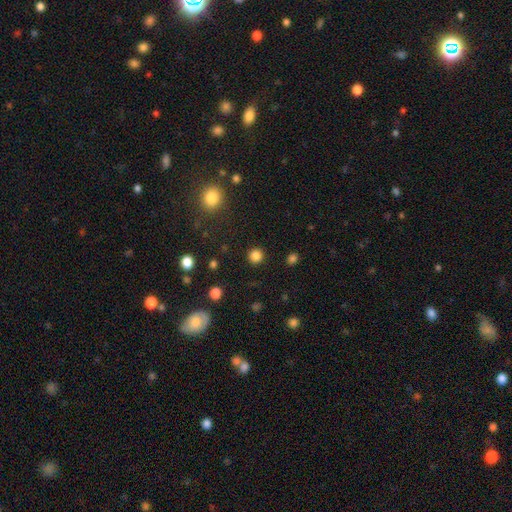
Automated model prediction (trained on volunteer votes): smooth-or-featured: smooth: 84% | star or artifact: 13% | featured or disk: 4%
  how-rounded: round: 94% | in between: 5% | cigar-shaped: 1%
  merging: none: 92% | minor disturbance: 5% | major disturbance: 2% | merger: 1%